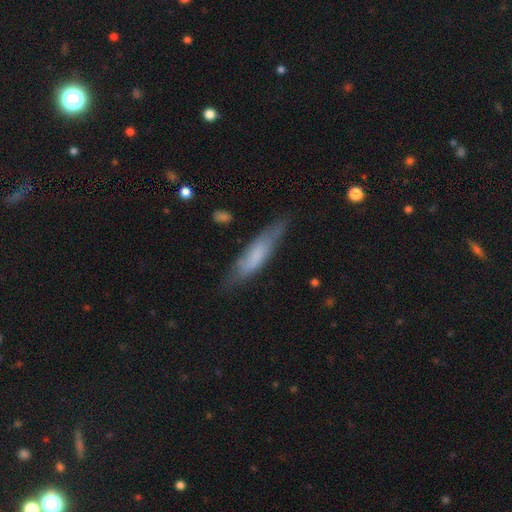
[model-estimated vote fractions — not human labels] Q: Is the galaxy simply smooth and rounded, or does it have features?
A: smooth — 63%.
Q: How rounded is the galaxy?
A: cigar-shaped — 74%.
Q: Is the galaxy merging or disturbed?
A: none — 70%.